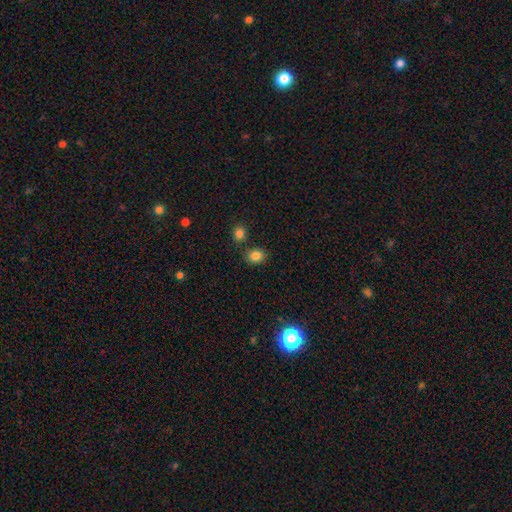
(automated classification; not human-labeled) The model was most divided on "how rounded": round: 57%, in between: 42%, cigar-shaped: 1%. More confident: smooth or featured — smooth (84%); merging — none (75%).